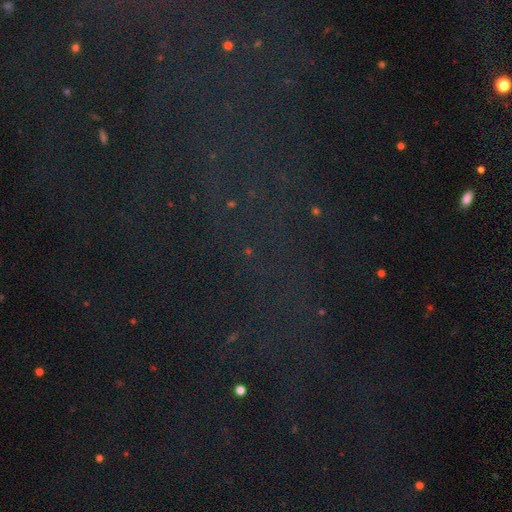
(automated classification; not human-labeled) A star or artifact, not a galaxy (81%).

Vote fractions:
- Smooth or featured? star or artifact: 81% / smooth: 11% / featured or disk: 8%